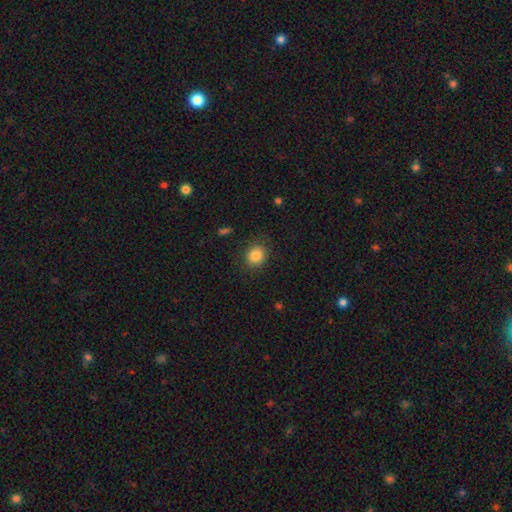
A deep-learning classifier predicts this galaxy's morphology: Smooth or featured: smooth — 83% (star or artifact — 10%)
How rounded: round — 80% (in between — 19%)
Merging: none — 86% (minor disturbance — 10%)